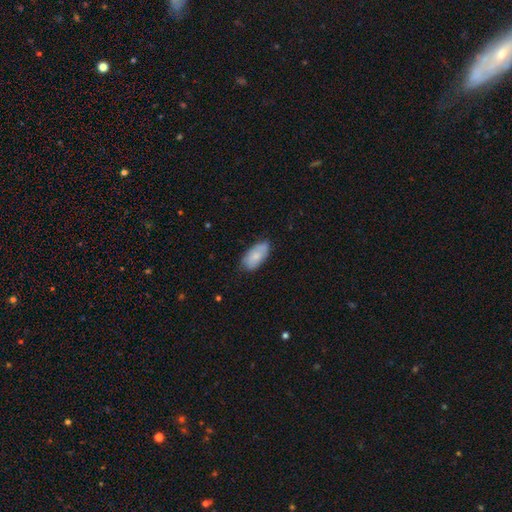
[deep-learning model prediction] A smooth galaxy with no disk features (77%) that is in between round and cigar-shaped (94%).

Vote fractions:
- Smooth or featured? smooth: 77% / featured or disk: 17% / star or artifact: 6%
- How rounded? in between: 94% / cigar-shaped: 4% / round: 3%
- Merging? none: 73% / minor disturbance: 22% / major disturbance: 4% / merger: 1%